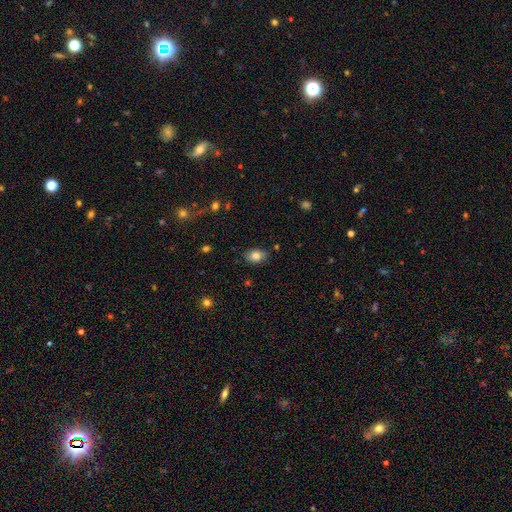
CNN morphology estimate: Smooth or featured? smooth (83%)
How rounded? in between (80%)
Merging? none (81%)